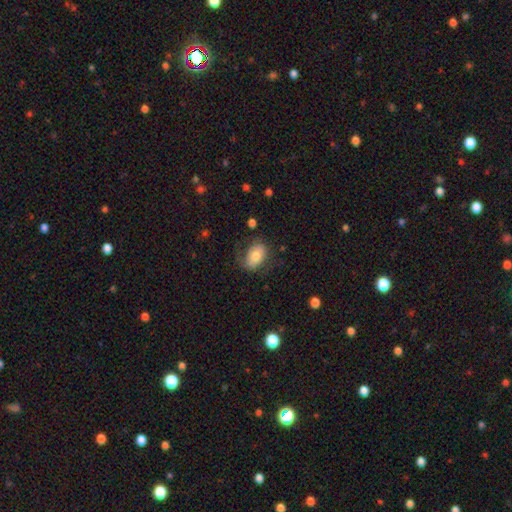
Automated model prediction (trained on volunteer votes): This is likely a smooth galaxy (70%). How rounded: clearly in between (86%). Merging: likely none (63%).